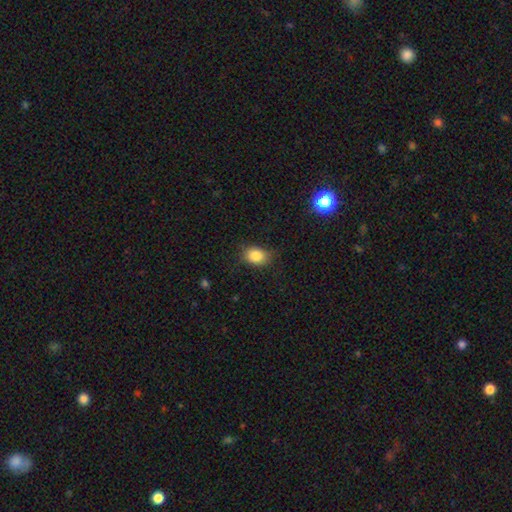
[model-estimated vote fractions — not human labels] smooth-or-featured: smooth: 85% | star or artifact: 10% | featured or disk: 6%
  how-rounded: in between: 64% | round: 35% | cigar-shaped: 1%
  merging: none: 75% | minor disturbance: 19% | major disturbance: 5% | merger: 1%